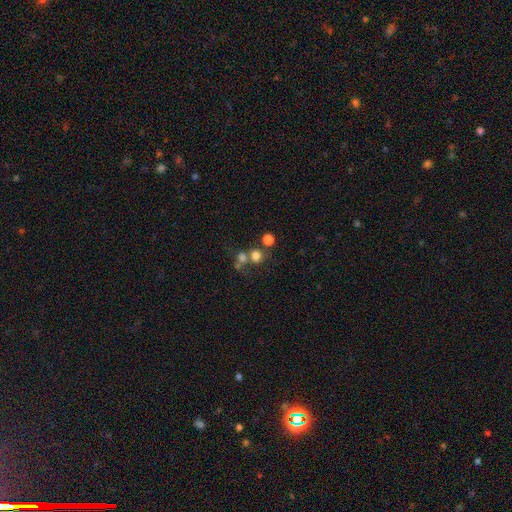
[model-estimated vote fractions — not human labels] A smooth galaxy with no disk features (72%) that is round (84%). Merging: none (51%).